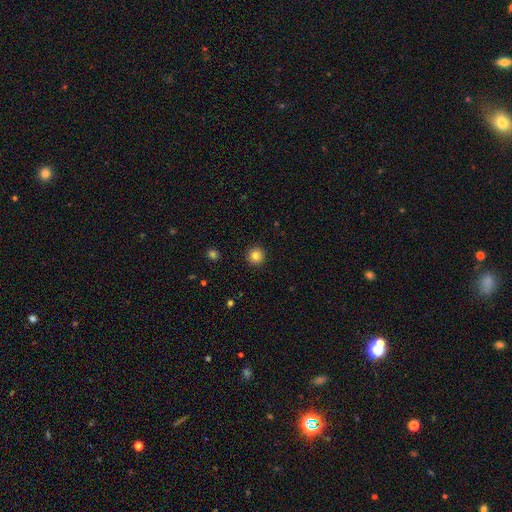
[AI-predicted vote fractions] The model was most divided on "smooth or featured": smooth: 82%, star or artifact: 11%, featured or disk: 6%. More confident: how rounded — round (96%); merging — none (93%).